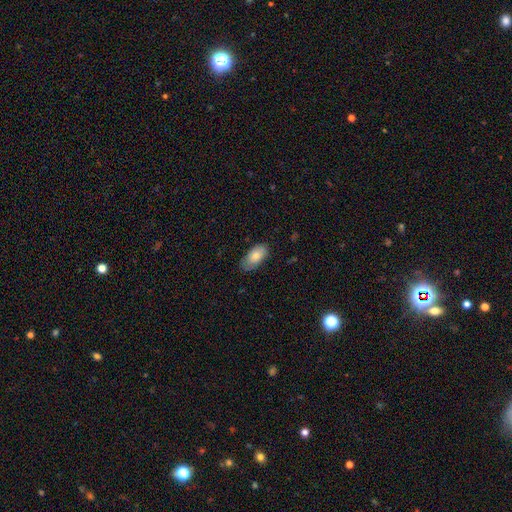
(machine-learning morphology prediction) smooth-or-featured: smooth: 78% | featured or disk: 16% | star or artifact: 6%
  how-rounded: in between: 93% | cigar-shaped: 4% | round: 3%
  merging: none: 75% | minor disturbance: 20% | major disturbance: 4% | merger: 1%